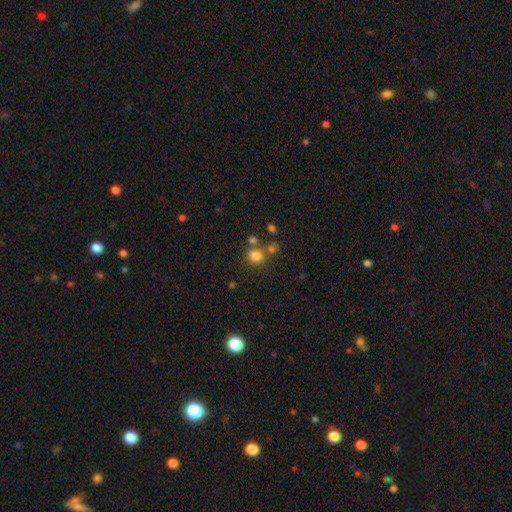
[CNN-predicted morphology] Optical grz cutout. It shows a smooth galaxy with no disk features (79%) that is round (80%). Merging: none (63%).